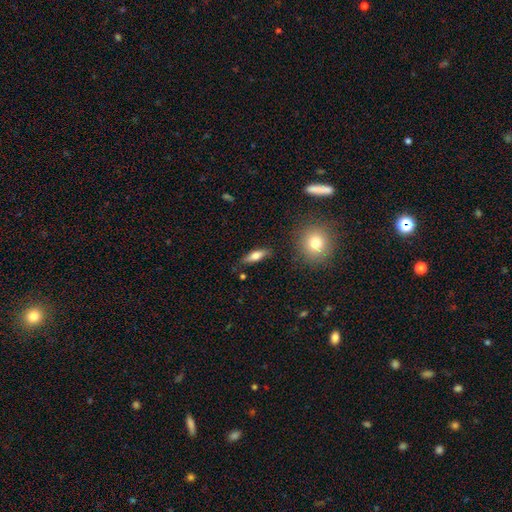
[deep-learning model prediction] The model was most divided on "how rounded": in between: 53%, cigar-shaped: 43%, round: 4%. More confident: merging — none (83%); smooth or featured — smooth (65%).